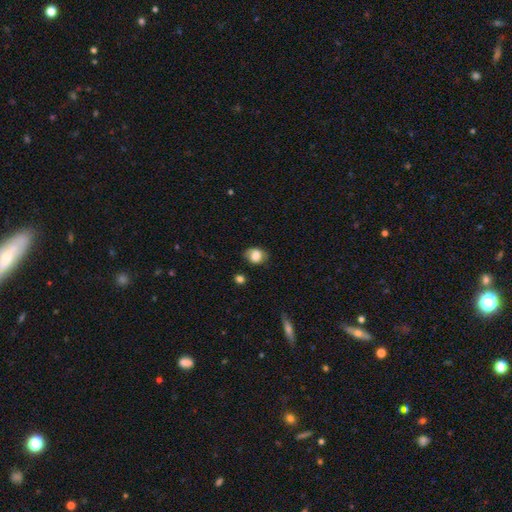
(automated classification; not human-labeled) Smooth or featured? smooth (76%)
How rounded? in between (54%)
Merging? none (61%)